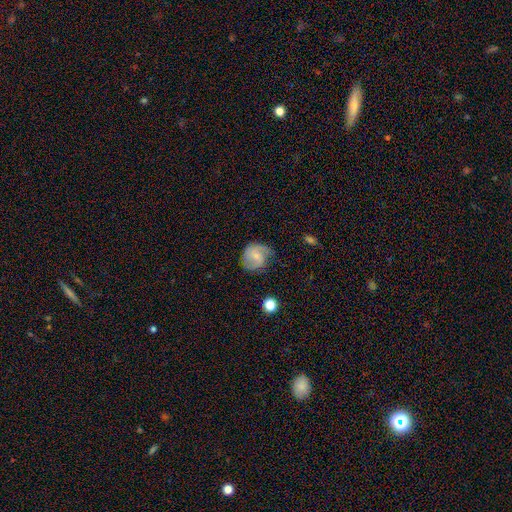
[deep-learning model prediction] This appears to be a featured or disk galaxy (66%) with no bar (51%), 2 (69%) medium (47%) spiral arms (91%) and a small central bulge (63%). Merging: none (63%).